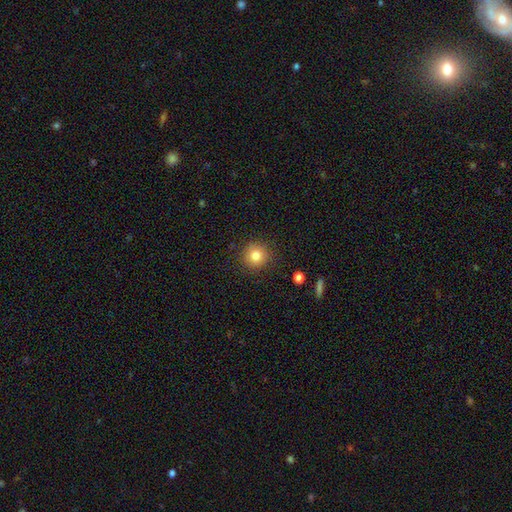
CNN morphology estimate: smooth_or_featured: smooth (p=0.82) [alt: star or artifact p=0.11]
how_rounded: round (p=0.93) [alt: in between p=0.06]
merging: none (p=0.89) [alt: minor disturbance p=0.07]